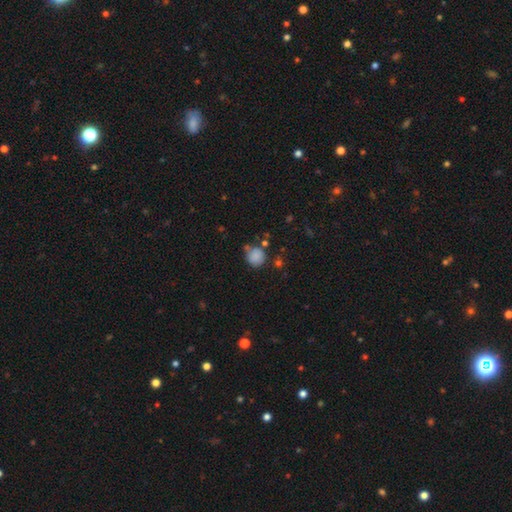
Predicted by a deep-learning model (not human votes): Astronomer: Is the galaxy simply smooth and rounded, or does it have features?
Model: smooth — 83%.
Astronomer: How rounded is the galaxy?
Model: round — 86%.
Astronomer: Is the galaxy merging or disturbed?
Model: none — 66%.